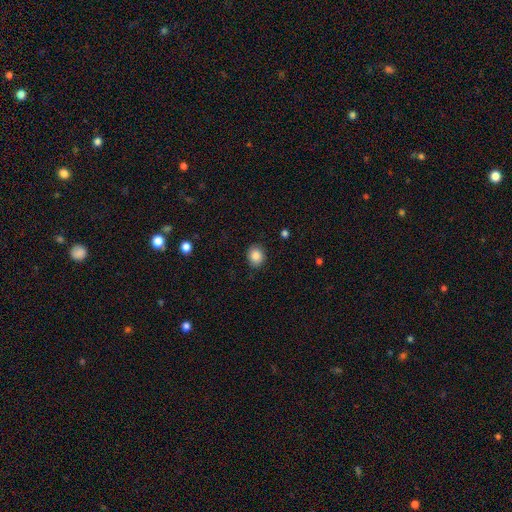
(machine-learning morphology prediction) smooth_or_featured: smooth (p=0.87) [alt: star or artifact p=0.09]
how_rounded: round (p=0.66) [alt: in between p=0.33]
merging: none (p=0.87) [alt: minor disturbance p=0.09]